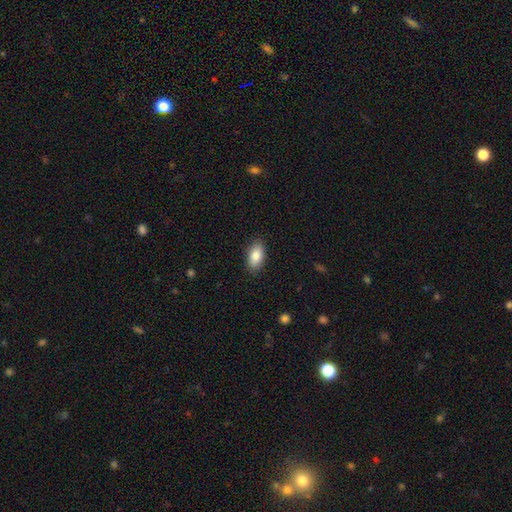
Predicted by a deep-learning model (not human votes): Morphology: type=smooth (86%); roundness=in between (93%); merging=none (88%).